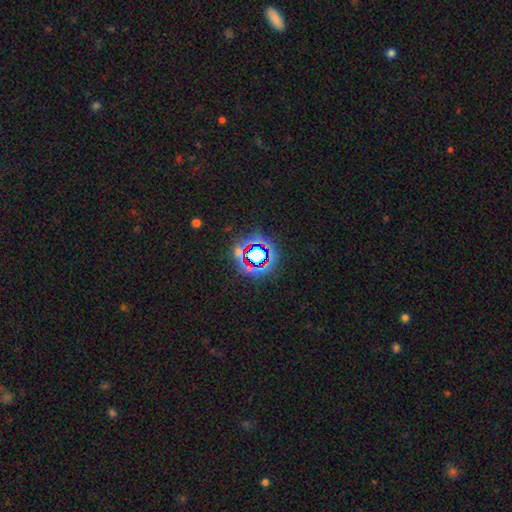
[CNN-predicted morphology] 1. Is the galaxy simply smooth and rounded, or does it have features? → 64% star or artifact, 24% smooth, 13% featured or disk.